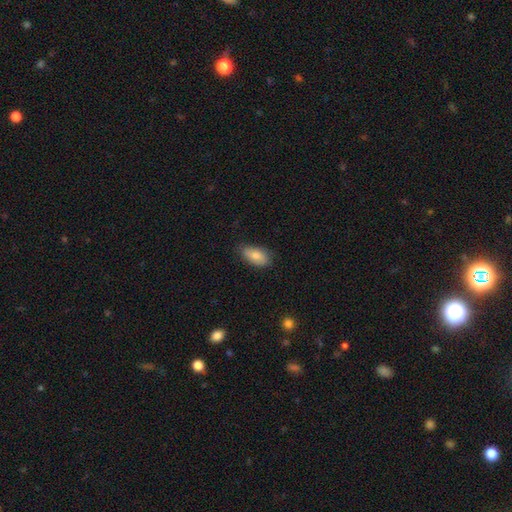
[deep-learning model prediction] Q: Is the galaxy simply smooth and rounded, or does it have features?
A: smooth — 83%.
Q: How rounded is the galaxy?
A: in between — 92%.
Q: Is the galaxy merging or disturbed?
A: none — 77%.